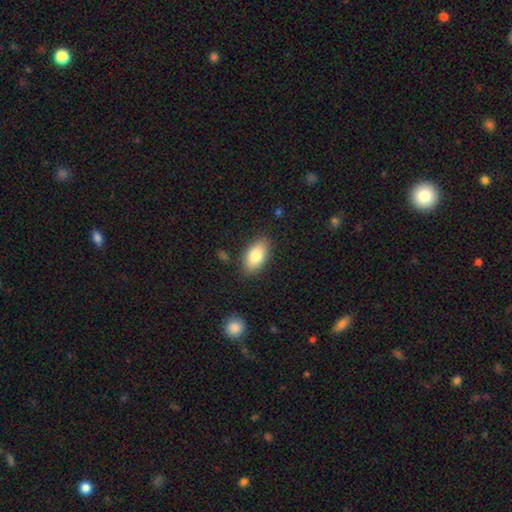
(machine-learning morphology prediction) A smooth galaxy with no disk features (81%) that is in between round and cigar-shaped (92%).

Vote fractions:
- Smooth or featured? smooth: 81% / featured or disk: 12% / star or artifact: 7%
- How rounded? in between: 92% / round: 4% / cigar-shaped: 3%
- Merging? none: 85% / minor disturbance: 11% / major disturbance: 3% / merger: 2%